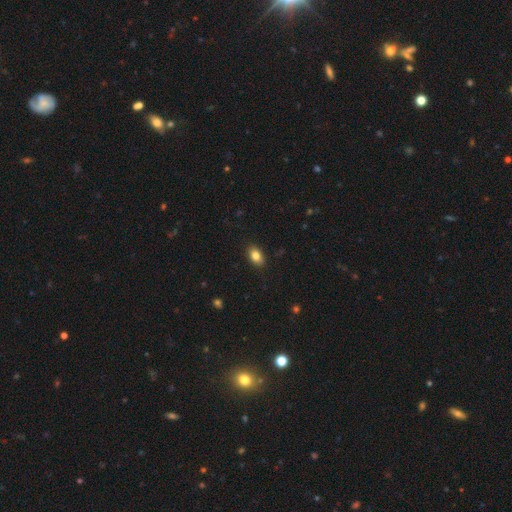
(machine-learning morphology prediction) type=smooth (84%); roundness=in between (86%); merging=none (88%).